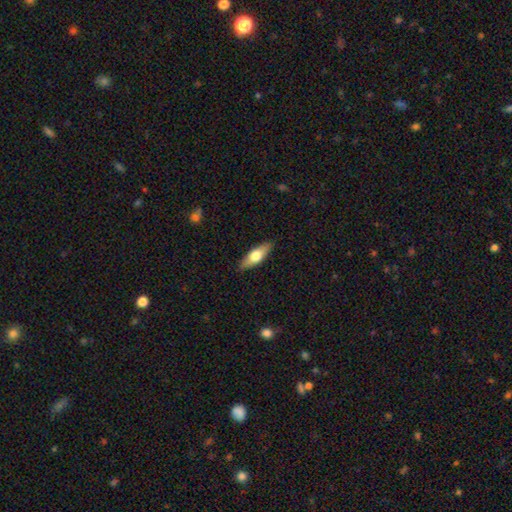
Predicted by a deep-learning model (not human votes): Smooth or featured? Predicted: smooth (p=0.55). How rounded? Predicted: in between (p=0.56). Merging? Predicted: none (p=0.89).